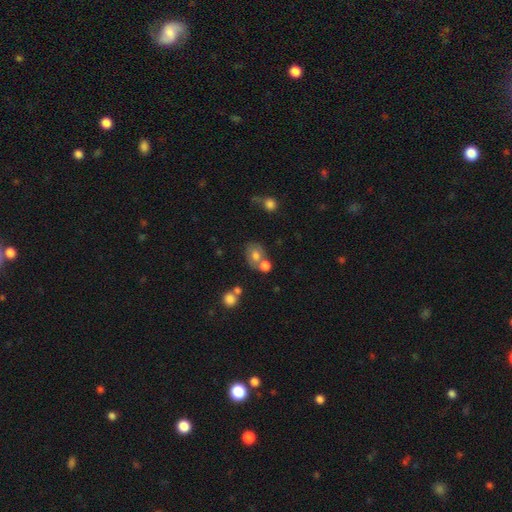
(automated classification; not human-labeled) smooth-or-featured: smooth: 69% | featured or disk: 19% | star or artifact: 12%
  how-rounded: round: 58% | in between: 41% | cigar-shaped: 1%
  merging: none: 44% | merger: 36% | minor disturbance: 14% | major disturbance: 7%